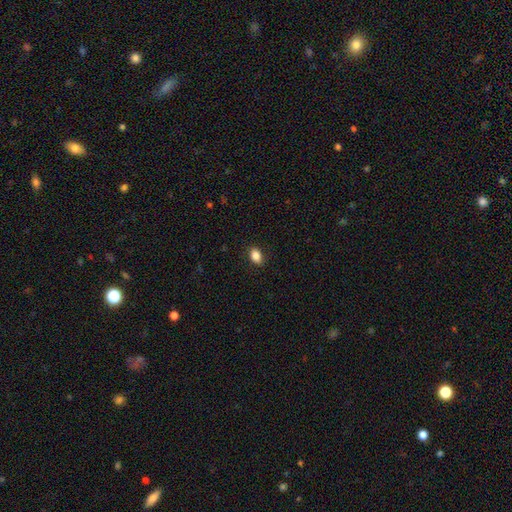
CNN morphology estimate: A smooth galaxy with no disk features (87%) that is in between round and cigar-shaped (84%).

Vote fractions:
- Smooth or featured? smooth: 87% / star or artifact: 9% / featured or disk: 5%
- How rounded? in between: 84% / round: 15% / cigar-shaped: 2%
- Merging? none: 88% / minor disturbance: 9% / major disturbance: 2% / merger: 1%